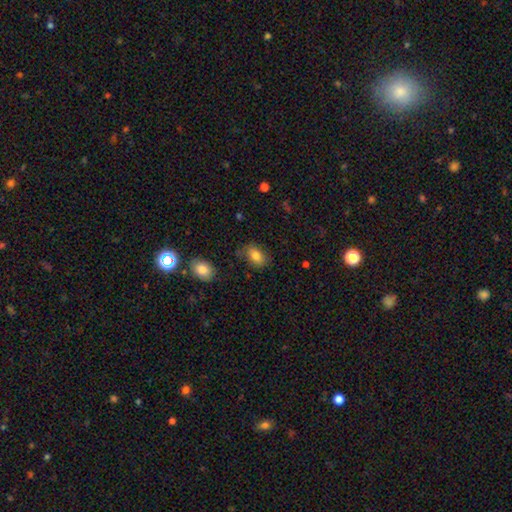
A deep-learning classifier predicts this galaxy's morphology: Smooth or featured: smooth — 81% (featured or disk — 11%)
How rounded: in between — 85% (round — 13%)
Merging: none — 71% (minor disturbance — 20%)